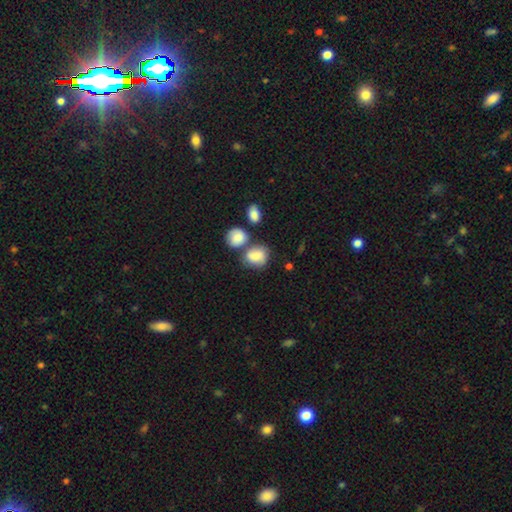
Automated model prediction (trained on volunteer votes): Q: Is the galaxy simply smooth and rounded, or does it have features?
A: smooth — 81%.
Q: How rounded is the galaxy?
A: in between — 50%.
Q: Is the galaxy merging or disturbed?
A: none — 42%.